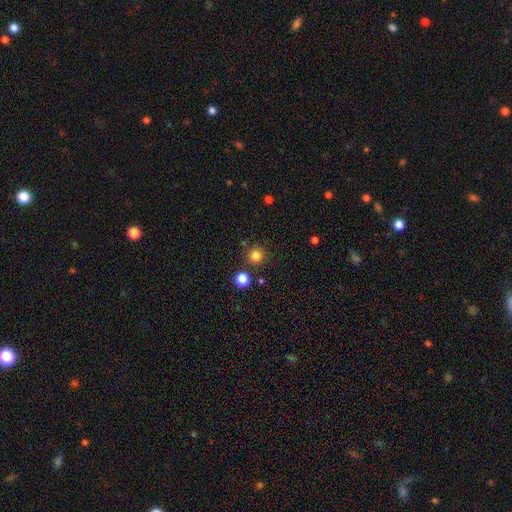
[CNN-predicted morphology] smooth_or_featured: smooth (p=0.81) [alt: star or artifact p=0.14]
how_rounded: round (p=0.95) [alt: in between p=0.04]
merging: none (p=0.84) [alt: minor disturbance p=0.07]